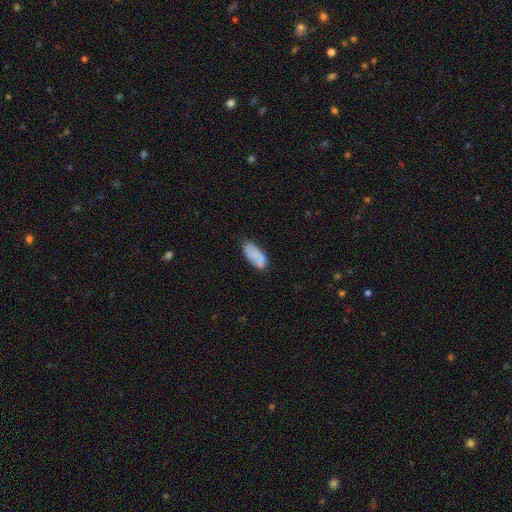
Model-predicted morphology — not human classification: smooth_or_featured: smooth (p=0.79) [alt: featured or disk p=0.14]
how_rounded: in between (p=0.89) [alt: cigar-shaped p=0.09]
merging: none (p=0.64) [alt: minor disturbance p=0.26]